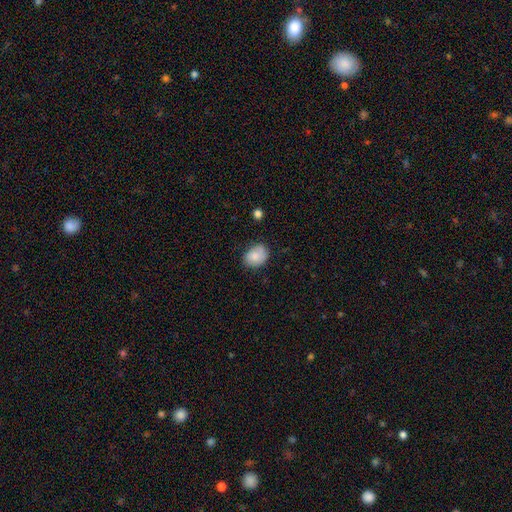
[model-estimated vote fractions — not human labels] smooth_or_featured: smooth (p=0.81) [alt: featured or disk p=0.11]
how_rounded: in between (p=0.63) [alt: round p=0.36]
merging: none (p=0.72) [alt: minor disturbance p=0.23]